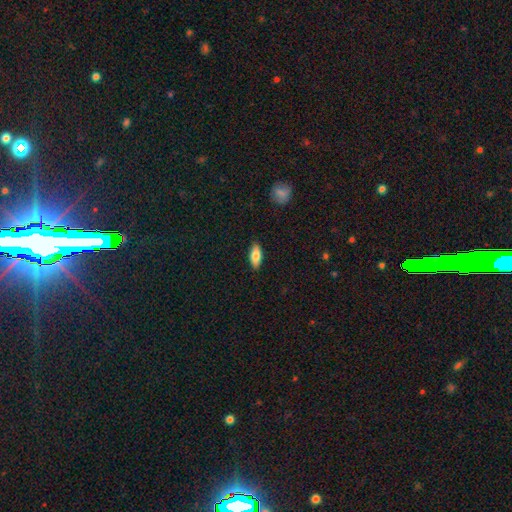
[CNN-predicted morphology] Smooth or featured?
  - smooth: 80% *
  - featured or disk: 13%
  - star or artifact: 6%
How rounded?
  - in between: 82% *
  - cigar-shaped: 16%
  - round: 2%
Merging?
  - none: 88% *
  - minor disturbance: 10%
  - major disturbance: 2%
  - merger: 1%